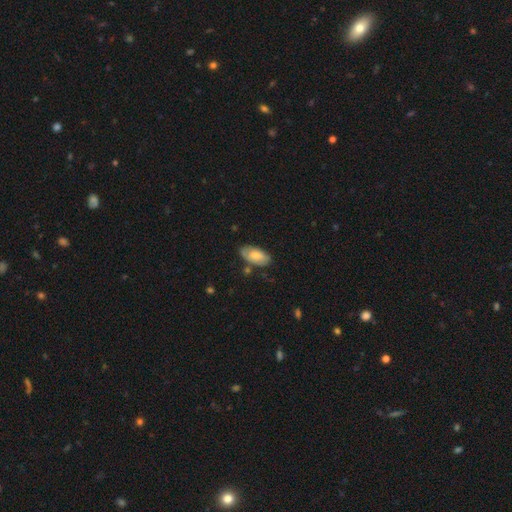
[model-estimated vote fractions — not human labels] Smooth or featured: smooth — 70% (featured or disk — 24%)
How rounded: in between — 92% (cigar-shaped — 5%)
Merging: none — 72% (minor disturbance — 20%)